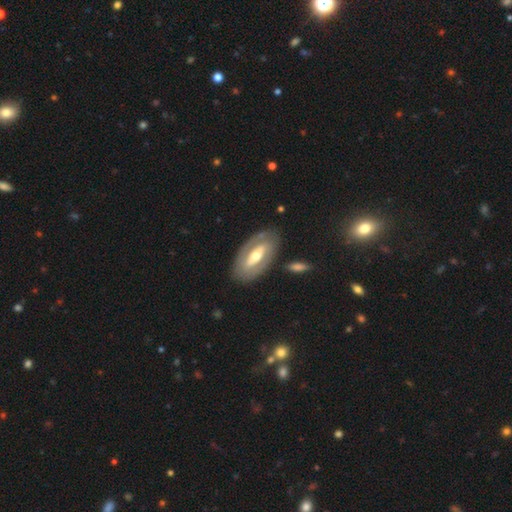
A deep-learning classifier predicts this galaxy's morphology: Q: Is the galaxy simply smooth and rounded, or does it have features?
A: featured or disk — 68%.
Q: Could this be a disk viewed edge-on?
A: no — 87%.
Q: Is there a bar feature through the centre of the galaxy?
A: strong — 43%.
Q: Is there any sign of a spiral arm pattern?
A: no — 60%.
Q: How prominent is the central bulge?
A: moderate — 67%.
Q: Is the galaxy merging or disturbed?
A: none — 81%.